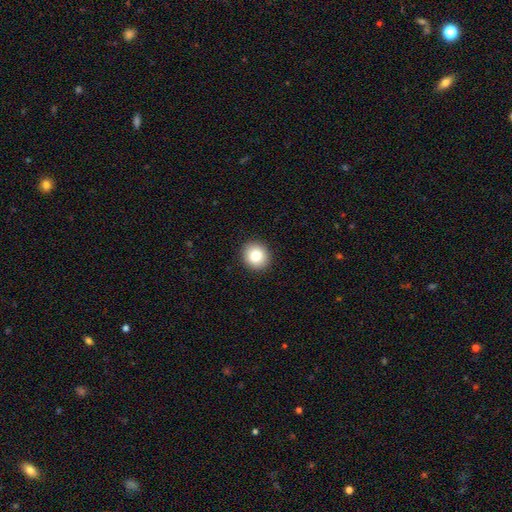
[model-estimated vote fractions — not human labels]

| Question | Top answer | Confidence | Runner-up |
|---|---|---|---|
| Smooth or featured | smooth | 81% | star or artifact (9%) |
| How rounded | round | 87% | in between (12%) |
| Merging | none | 93% | minor disturbance (5%) |